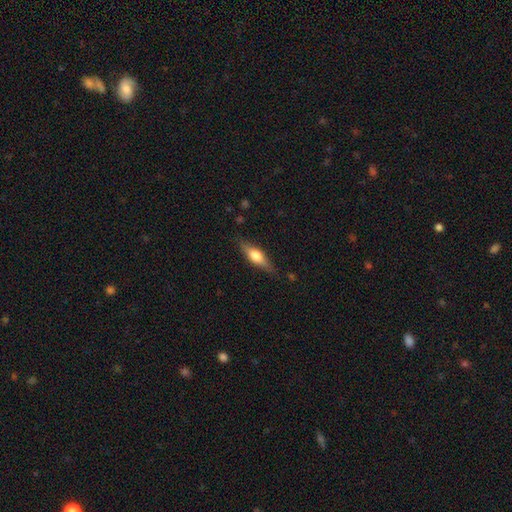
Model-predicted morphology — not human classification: Smooth or featured? featured or disk (47%, tied with smooth)
Merging? none (82%)